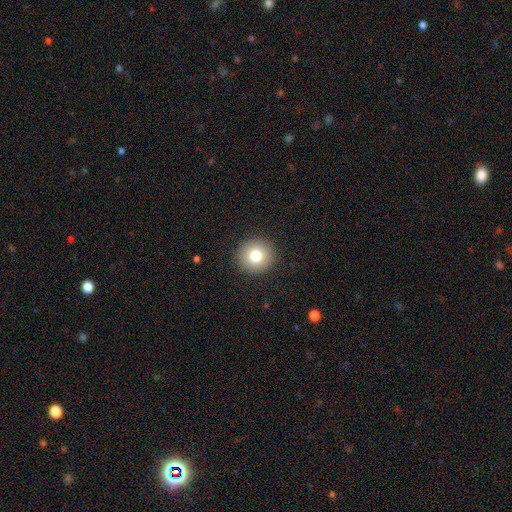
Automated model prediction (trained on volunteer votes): Overall: smooth (79%). How rounded: round (94%). Merging: none (92%).